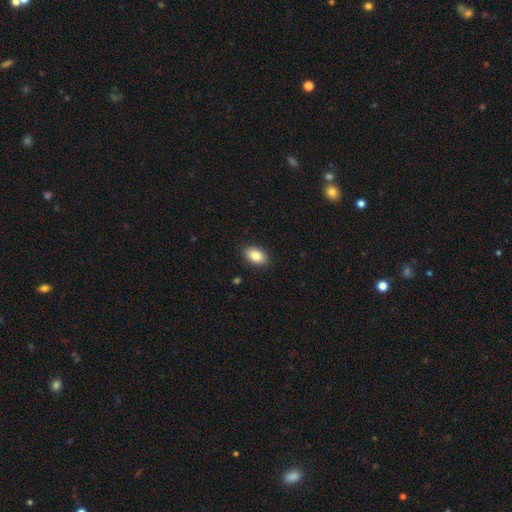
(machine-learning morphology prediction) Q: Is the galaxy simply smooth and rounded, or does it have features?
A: smooth — 84%.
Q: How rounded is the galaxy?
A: in between — 88%.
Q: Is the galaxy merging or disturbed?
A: none — 89%.